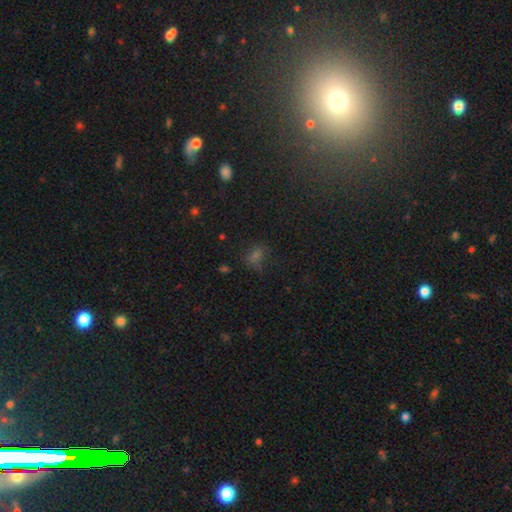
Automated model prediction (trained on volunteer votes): Smooth or featured?
  - smooth: 48% *
  - star or artifact: 41%
  - featured or disk: 11%
Merging?
  - none: 61% *
  - minor disturbance: 20%
  - major disturbance: 13%
  - merger: 5%